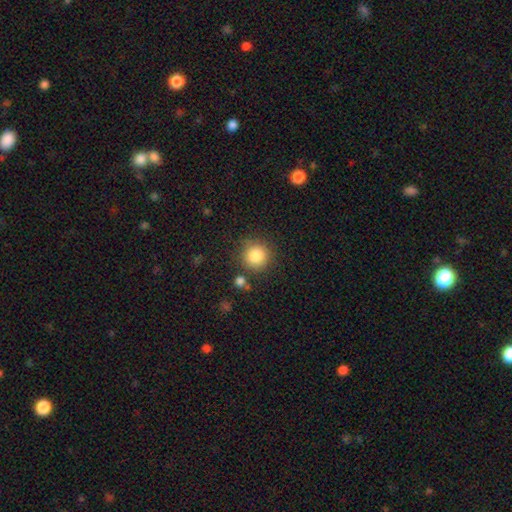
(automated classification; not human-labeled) This appears to be a smooth galaxy with no disk features (84%) that is round (93%). Merging: none (80%).